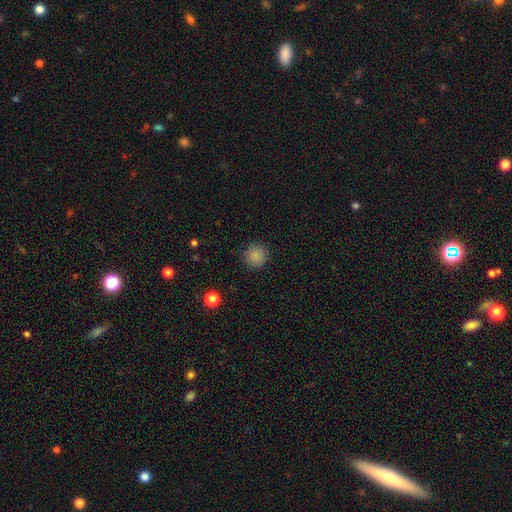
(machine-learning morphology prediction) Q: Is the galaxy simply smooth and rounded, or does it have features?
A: smooth — 85%.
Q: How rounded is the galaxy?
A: round — 93%.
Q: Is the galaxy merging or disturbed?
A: none — 89%.